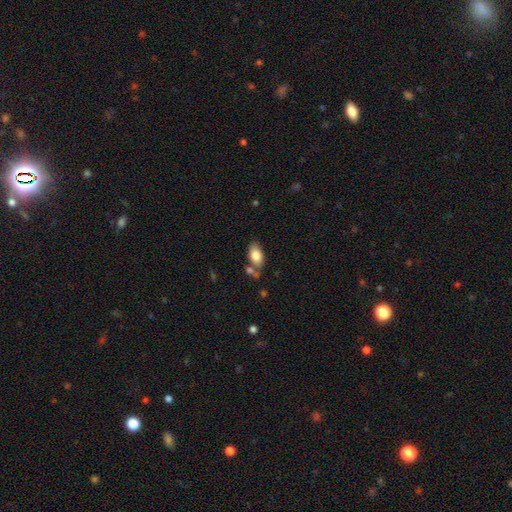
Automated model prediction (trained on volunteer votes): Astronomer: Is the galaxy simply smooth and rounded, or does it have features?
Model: smooth — 78%.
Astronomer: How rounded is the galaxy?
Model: in between — 91%.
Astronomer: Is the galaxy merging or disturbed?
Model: none — 62%.